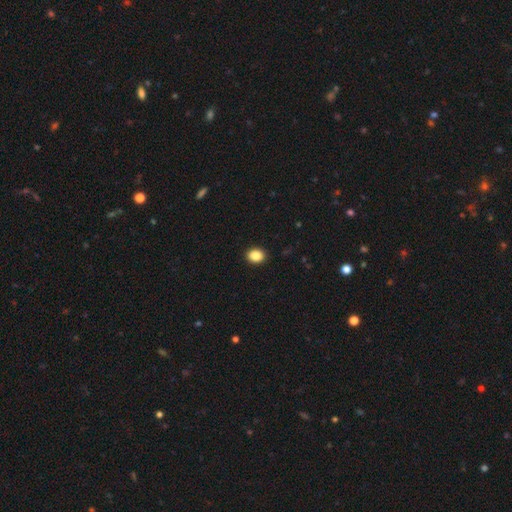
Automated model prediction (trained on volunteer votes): A smooth galaxy with no disk features (88%) that is in between round and cigar-shaped (55%).

Vote fractions:
- Smooth or featured? smooth: 88% / star or artifact: 9% / featured or disk: 3%
- How rounded? in between: 55% / round: 45% / cigar-shaped: 1%
- Merging? none: 91% / minor disturbance: 6% / major disturbance: 2% / merger: 1%